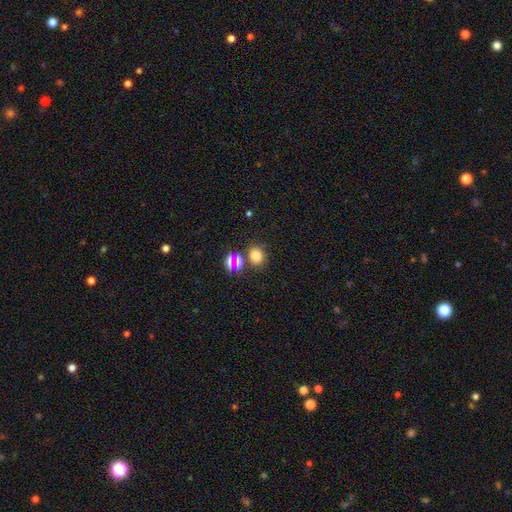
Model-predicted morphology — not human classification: smooth_or_featured: smooth (p=0.71) [alt: star or artifact p=0.22]
how_rounded: round (p=0.75) [alt: in between p=0.24]
merging: none (p=0.73) [alt: merger p=0.15]